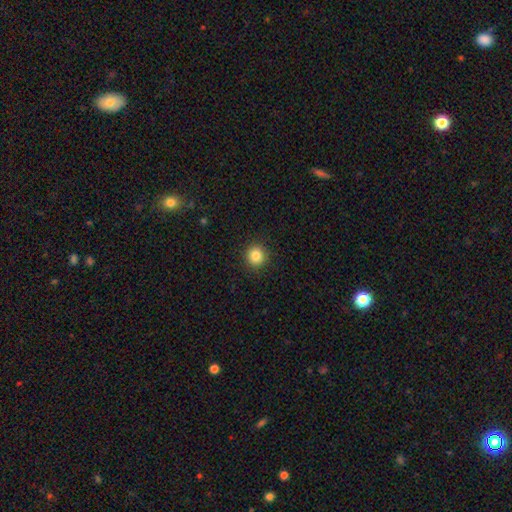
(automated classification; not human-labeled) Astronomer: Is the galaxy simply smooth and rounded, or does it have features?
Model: smooth — 85%.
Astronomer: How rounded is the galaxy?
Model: round — 93%.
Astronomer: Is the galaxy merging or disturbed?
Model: none — 92%.